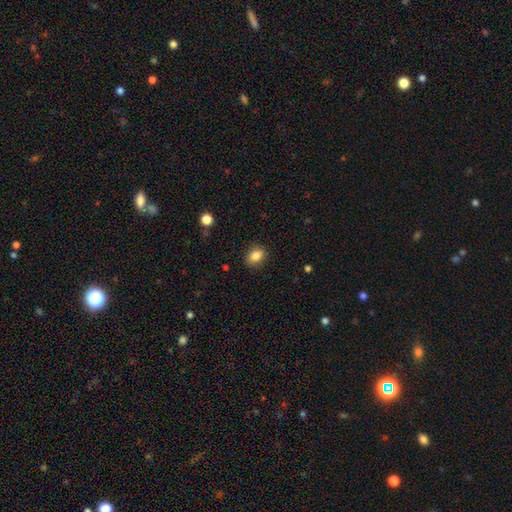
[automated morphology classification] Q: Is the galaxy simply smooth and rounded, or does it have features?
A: smooth — 85%.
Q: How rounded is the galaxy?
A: in between — 68%.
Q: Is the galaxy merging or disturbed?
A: none — 86%.